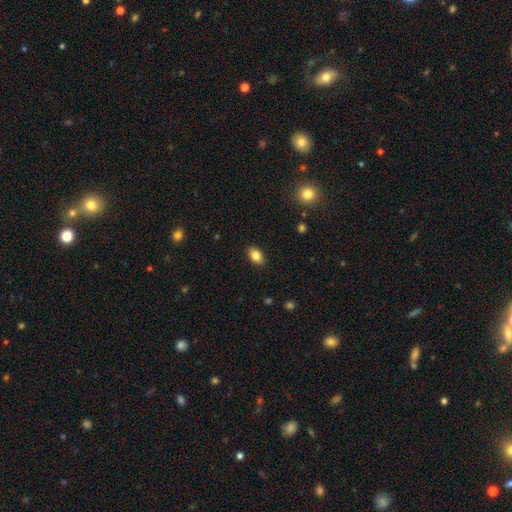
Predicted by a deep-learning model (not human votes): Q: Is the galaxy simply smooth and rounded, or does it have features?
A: smooth — 84%.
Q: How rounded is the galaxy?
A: in between — 89%.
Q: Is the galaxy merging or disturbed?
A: none — 89%.